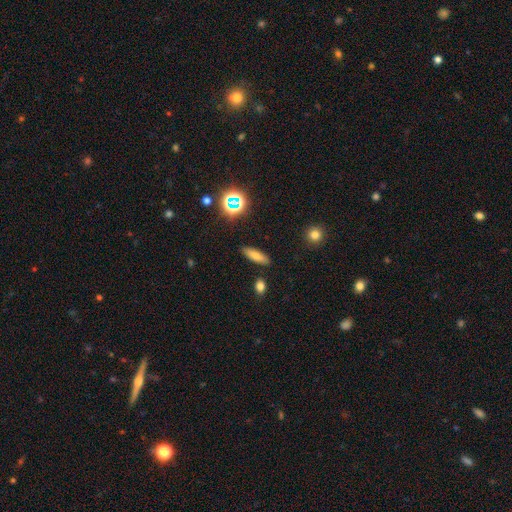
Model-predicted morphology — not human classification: A smooth galaxy with no disk features (73%) that is cigar-shaped (49%).

Vote fractions:
- Smooth or featured? smooth: 73% / featured or disk: 14% / star or artifact: 13%
- How rounded? cigar-shaped: 49% / in between: 47% / round: 4%
- Merging? none: 87% / minor disturbance: 8% / merger: 2% / major disturbance: 2%